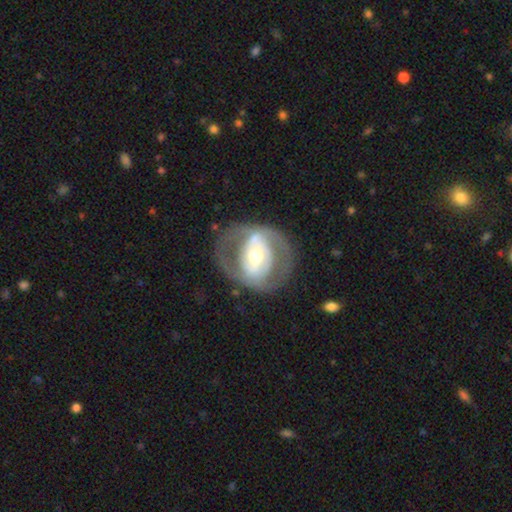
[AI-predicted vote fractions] featured or disk 75%, smooth 20%, star or artifact 5%. Down the decision tree: edge-on disk — no (95%); bar — no (39%); spiral arms — yes (55%); bulge size — moderate (64%); merging — none (66%).